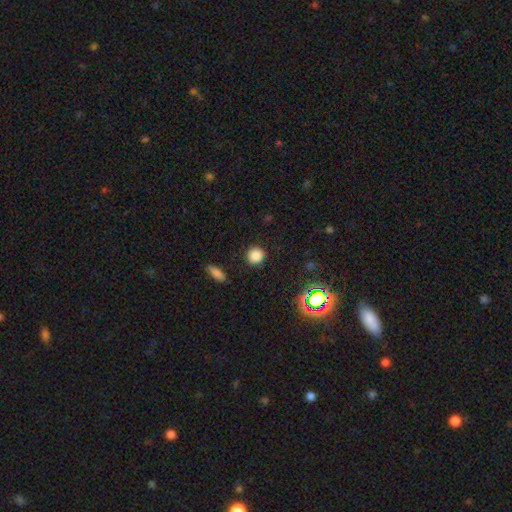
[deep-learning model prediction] The model was most divided on "smooth or featured": smooth: 83%, star or artifact: 13%, featured or disk: 4%. More confident: how rounded — round (90%); merging — none (90%).